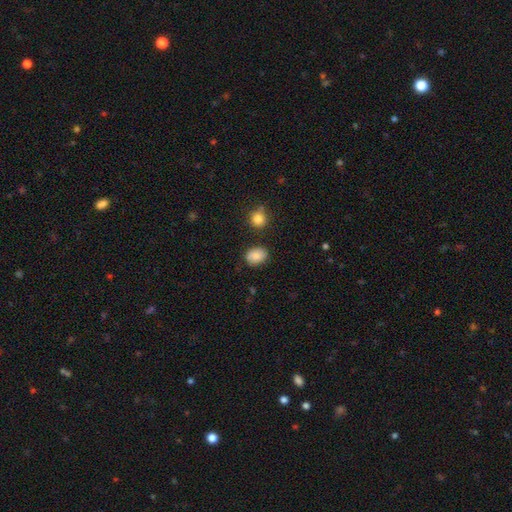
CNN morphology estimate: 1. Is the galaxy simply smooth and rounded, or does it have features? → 86% smooth, 9% star or artifact, 5% featured or disk.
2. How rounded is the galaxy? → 67% in between, 32% round, 1% cigar-shaped.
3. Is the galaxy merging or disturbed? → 80% none, 14% minor disturbance, 3% major disturbance, 3% merger.